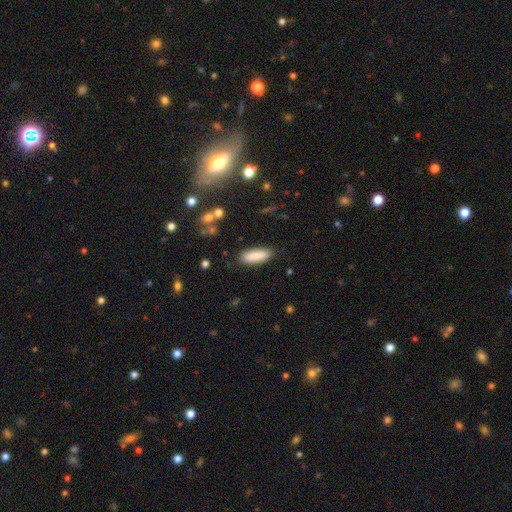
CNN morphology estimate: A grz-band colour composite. It shows a smooth galaxy with no disk features (88%) that is in between round and cigar-shaped (63%). Merging: none (87%).